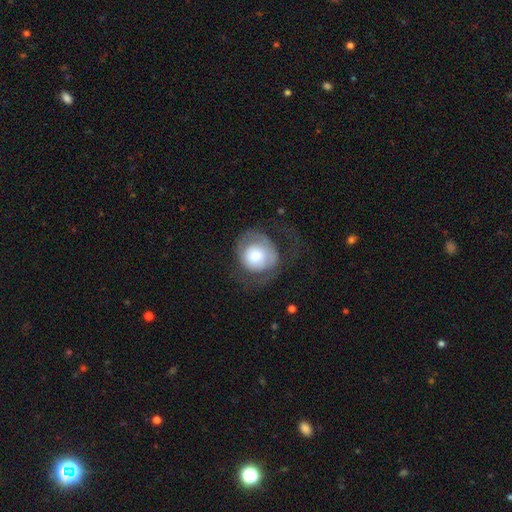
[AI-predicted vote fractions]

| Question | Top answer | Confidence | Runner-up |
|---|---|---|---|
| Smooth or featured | smooth | 52% | featured or disk (41%) |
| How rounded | round | 82% | in between (17%) |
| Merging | none | 44% | major disturbance (34%) |